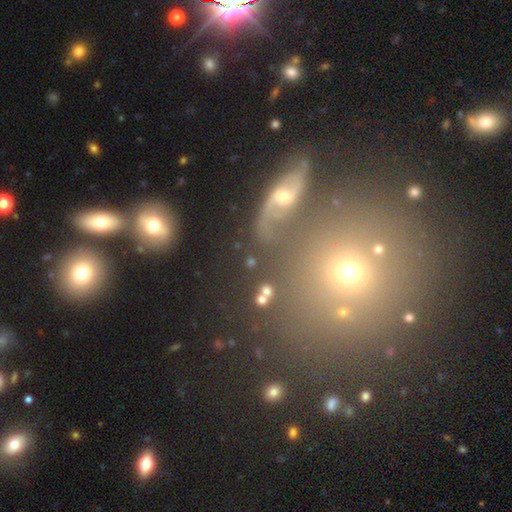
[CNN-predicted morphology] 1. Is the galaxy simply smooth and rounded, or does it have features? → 42% smooth, 31% star or artifact, 27% featured or disk.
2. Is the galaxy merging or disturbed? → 66% none, 14% merger, 12% minor disturbance, 7% major disturbance.